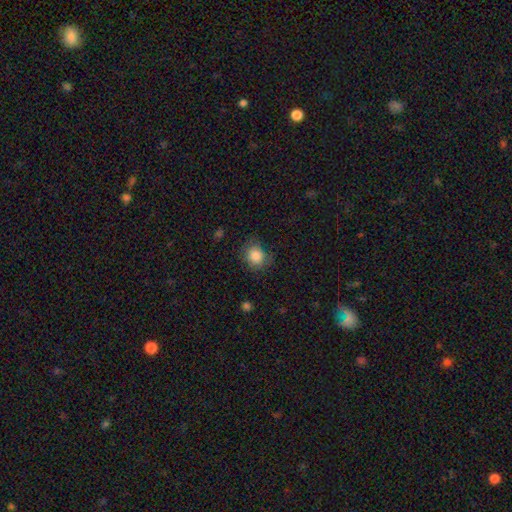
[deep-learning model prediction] This is clearly a smooth galaxy (86%). How rounded: likely round (77%). Merging: likely none (70%).